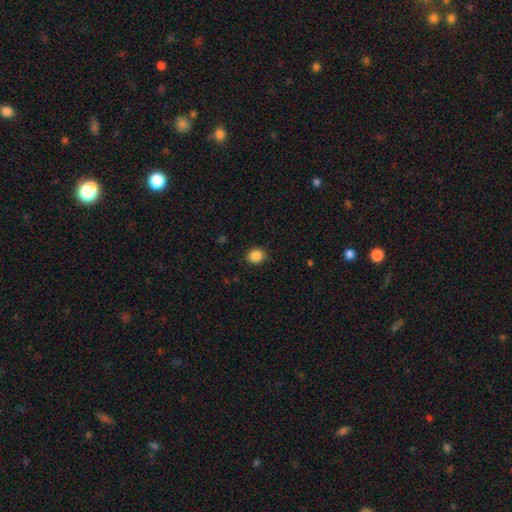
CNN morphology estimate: Overall: smooth (87%). How rounded: round (72%). Merging: none (90%).